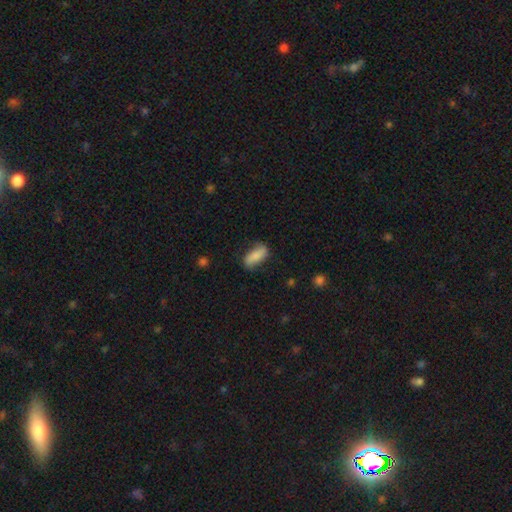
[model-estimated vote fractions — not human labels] A smooth galaxy with no disk features (72%) that is in between round and cigar-shaped (78%). Merging: none (69%).